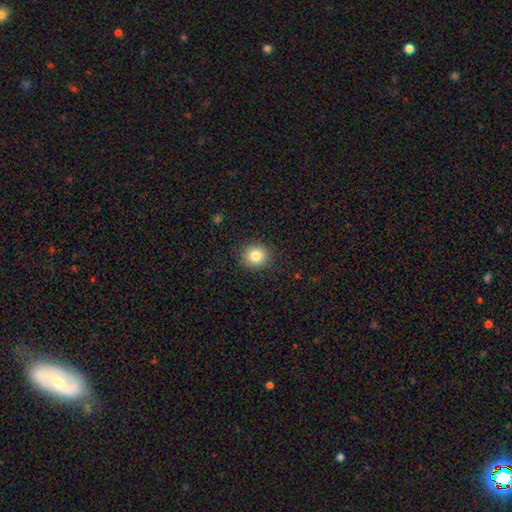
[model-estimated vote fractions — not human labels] Smooth or featured? smooth (82%)
How rounded? round (91%)
Merging? none (90%)